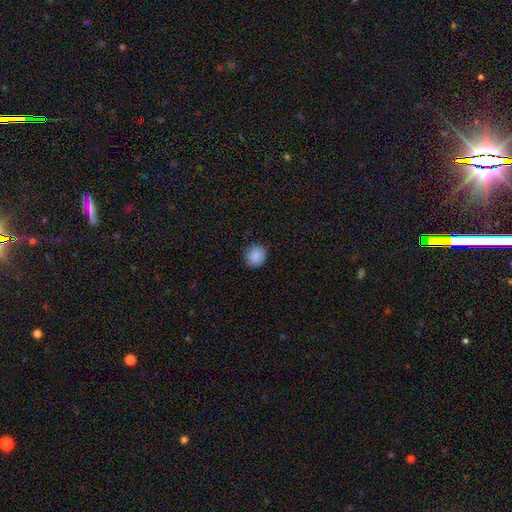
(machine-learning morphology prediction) Smooth or featured? smooth (88%)
How rounded? round (87%)
Merging? none (86%)